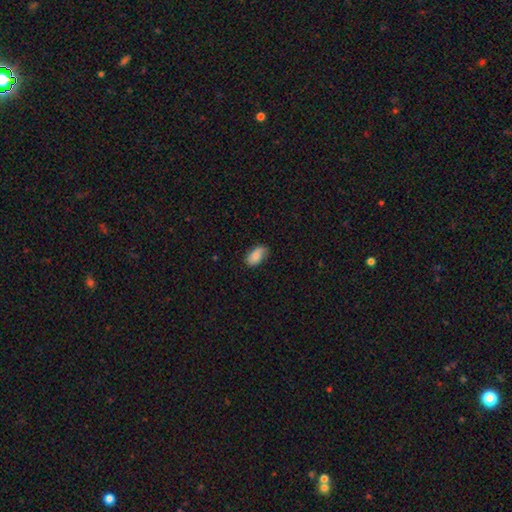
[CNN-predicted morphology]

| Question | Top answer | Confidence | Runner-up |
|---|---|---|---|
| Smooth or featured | smooth | 82% | featured or disk (11%) |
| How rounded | in between | 93% | round (5%) |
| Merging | none | 75% | minor disturbance (21%) |